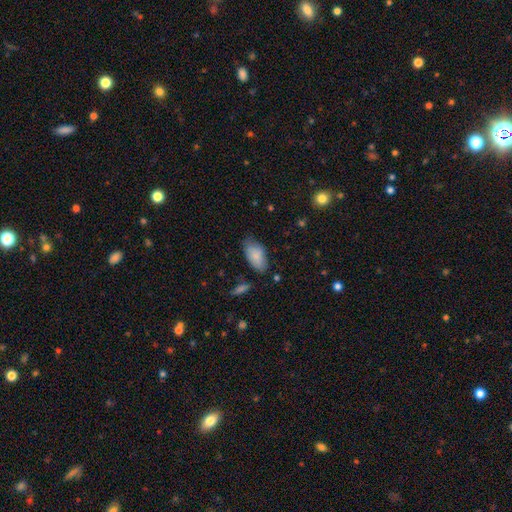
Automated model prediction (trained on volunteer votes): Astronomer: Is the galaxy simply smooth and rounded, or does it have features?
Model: smooth — 83%.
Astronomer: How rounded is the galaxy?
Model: in between — 94%.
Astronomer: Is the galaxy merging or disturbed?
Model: none — 66%.